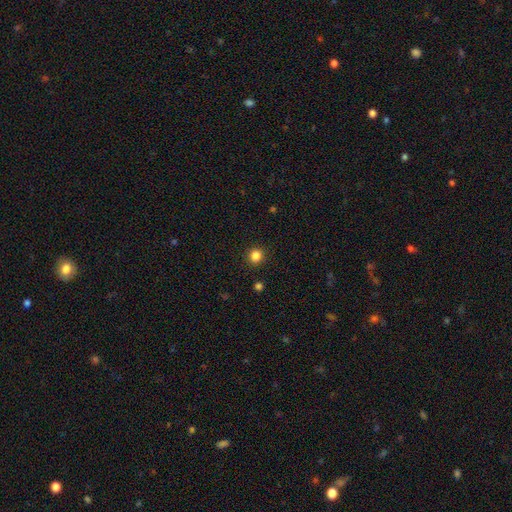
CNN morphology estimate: Smooth or featured: smooth — 84% (star or artifact — 13%)
How rounded: round — 91% (in between — 8%)
Merging: none — 91% (minor disturbance — 5%)